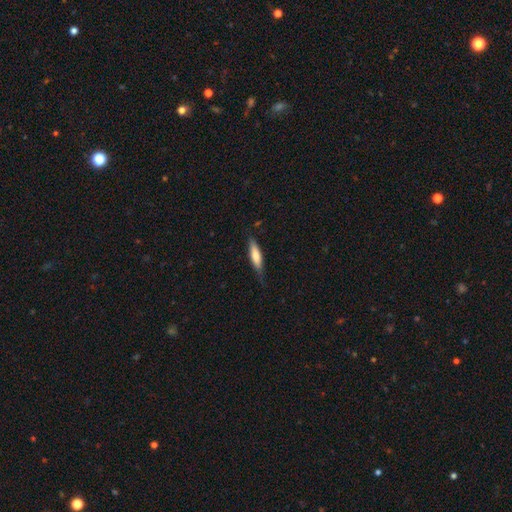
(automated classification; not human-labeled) Smooth or featured? smooth (71%)
How rounded? cigar-shaped (68%)
Merging? none (69%)